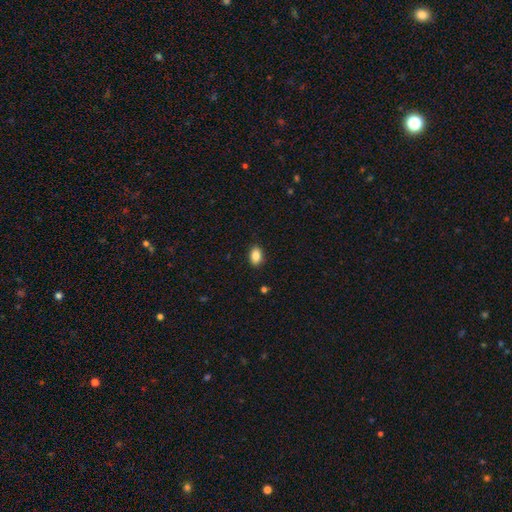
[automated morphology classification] This appears to be a smooth galaxy with no disk features (87%) that is in between round and cigar-shaped (86%). Merging: none (88%).